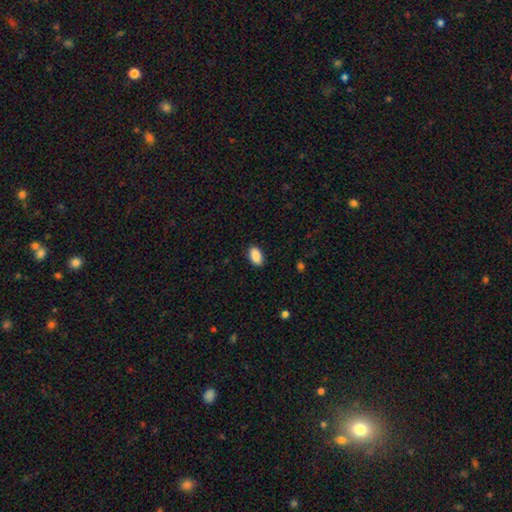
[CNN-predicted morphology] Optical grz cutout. It shows a smooth galaxy with no disk features (90%) that is in between round and cigar-shaped (94%). Merging: none (89%).